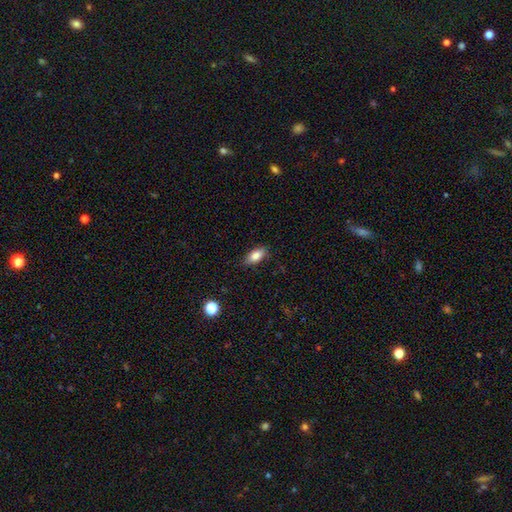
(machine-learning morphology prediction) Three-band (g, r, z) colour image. It shows a smooth galaxy with no disk features (82%) that is in between round and cigar-shaped (87%). Merging: none (83%).